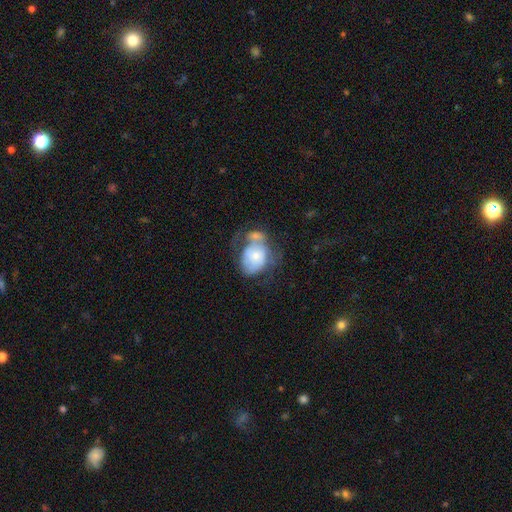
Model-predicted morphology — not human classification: type=smooth (50%); roundness=in between (62%); merging=merger (32%).